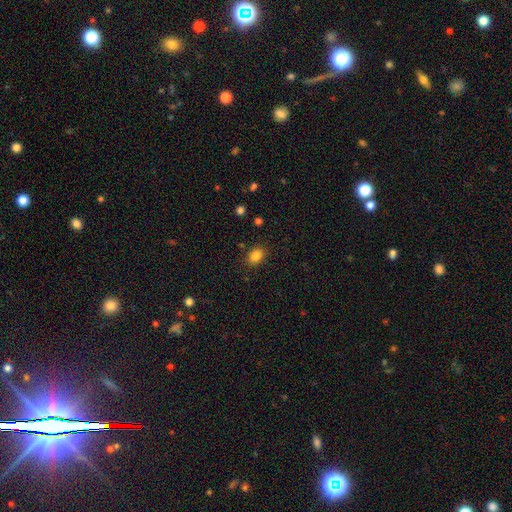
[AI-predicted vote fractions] This is clearly a smooth galaxy (84%). How rounded: likely in between (68%). Merging: clearly none (86%).